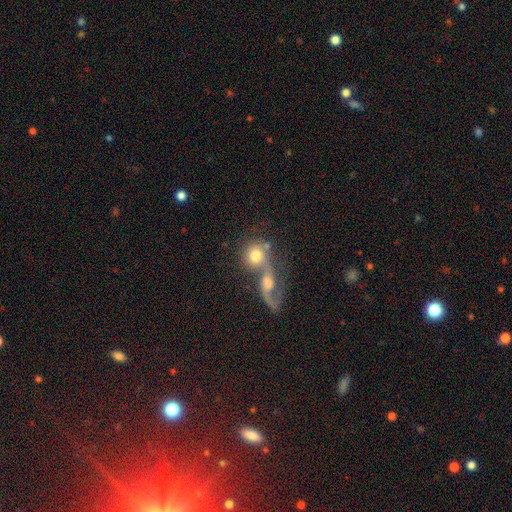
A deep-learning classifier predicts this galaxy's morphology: Smooth or featured: smooth — 63% (featured or disk — 28%)
How rounded: round — 78% (in between — 19%)
Merging: merger — 59% (none — 26%)